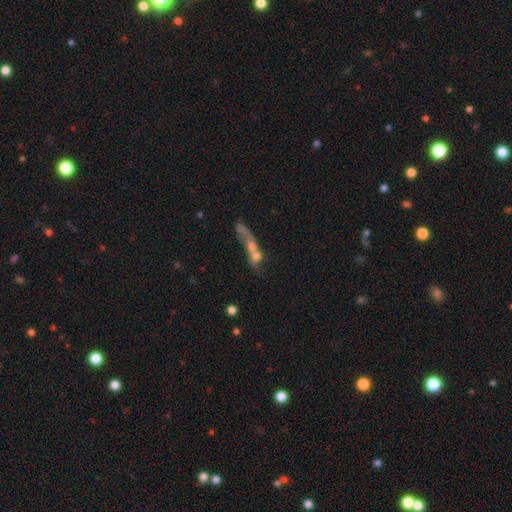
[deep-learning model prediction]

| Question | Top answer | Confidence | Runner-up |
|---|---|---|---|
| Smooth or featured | smooth | 50% | featured or disk (37%) |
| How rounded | in between | 39% | cigar-shaped (35%) |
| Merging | merger | 63% | major disturbance (17%) |